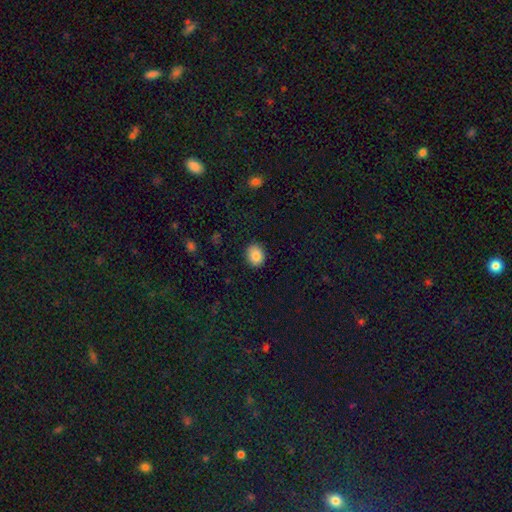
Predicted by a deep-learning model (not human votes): The model was most divided on "how rounded": round: 52%, in between: 47%, cigar-shaped: 1%. More confident: merging — none (89%); smooth or featured — smooth (86%).